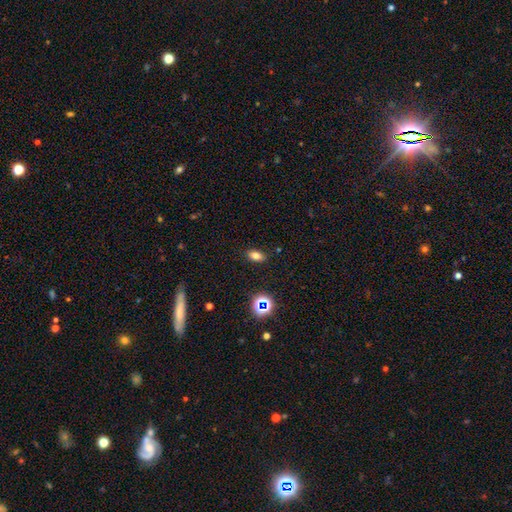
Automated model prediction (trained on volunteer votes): The model was most divided on "smooth or featured": smooth: 73%, star or artifact: 17%, featured or disk: 10%. More confident: merging — none (87%); how rounded — in between (85%).